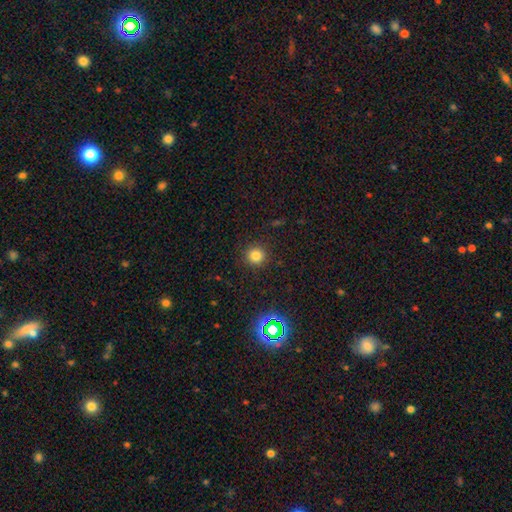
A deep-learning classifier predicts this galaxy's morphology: Smooth or featured: smooth — 80% (star or artifact — 15%)
How rounded: round — 93% (in between — 6%)
Merging: none — 90% (minor disturbance — 6%)